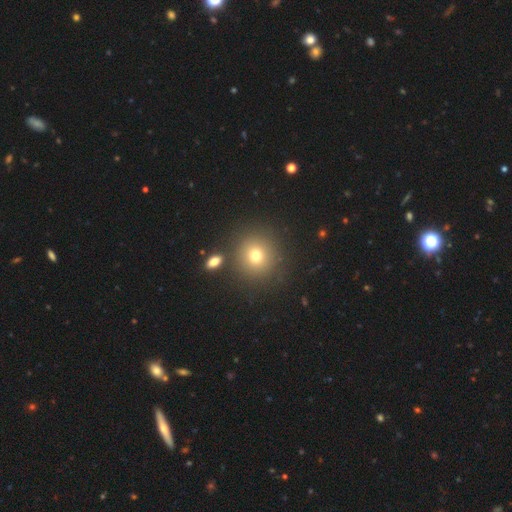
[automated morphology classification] Q: Smooth or featured?
A: smooth (74%); runner-up: star or artifact (15%)
Q: How rounded?
A: round (90%); runner-up: in between (9%)
Q: Merging?
A: none (83%); runner-up: minor disturbance (7%)